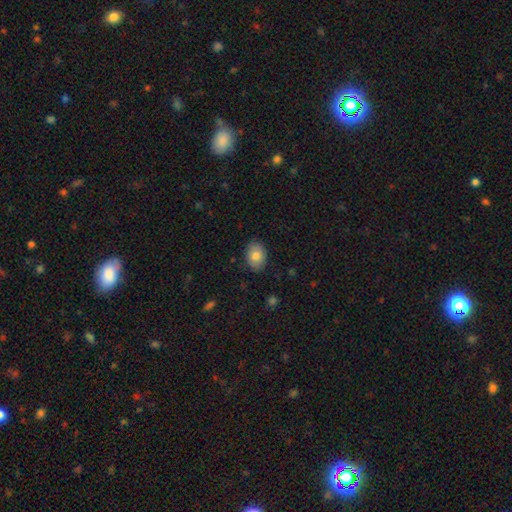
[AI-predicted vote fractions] Q: Smooth or featured?
A: smooth (80%); runner-up: featured or disk (12%)
Q: How rounded?
A: in between (74%); runner-up: round (25%)
Q: Merging?
A: none (86%); runner-up: minor disturbance (11%)